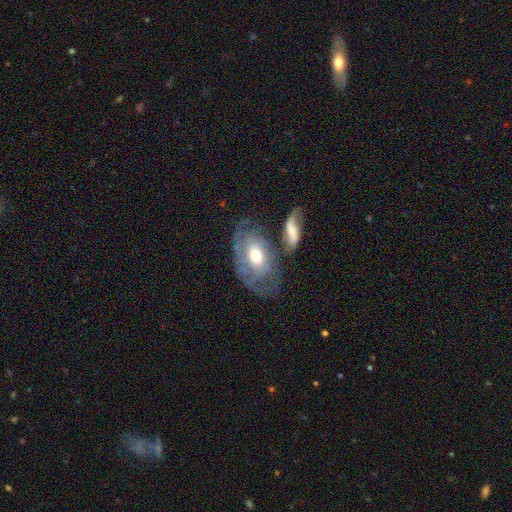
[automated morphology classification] type=featured or disk (62%); edge-on=no (92%); bar=no (71%); spiral arms=yes (70%); bulge=moderate (67%); merging=none (43%).